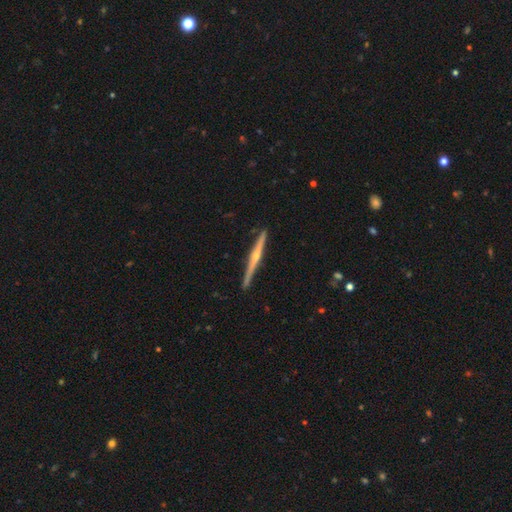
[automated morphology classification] smooth-or-featured: featured or disk: 75% | smooth: 19% | star or artifact: 6%
  disk-edge-on: yes: 97% | no: 3%
    edge-on-bulge: rounded: 81% | none: 14% | boxy: 6%
  merging: none: 87% | minor disturbance: 9% | major disturbance: 2% | merger: 2%